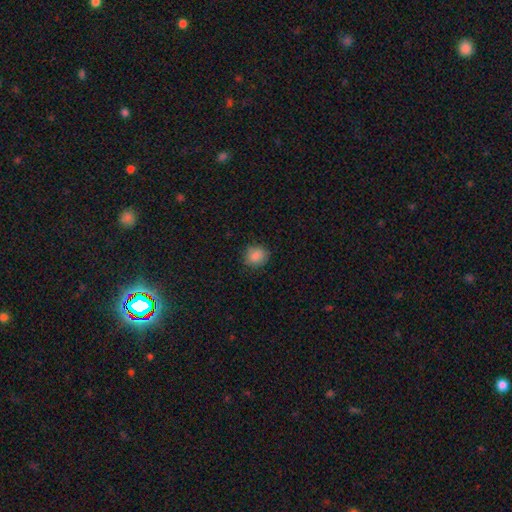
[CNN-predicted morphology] Overall: smooth (86%). How rounded: round (75%). Merging: none (83%).